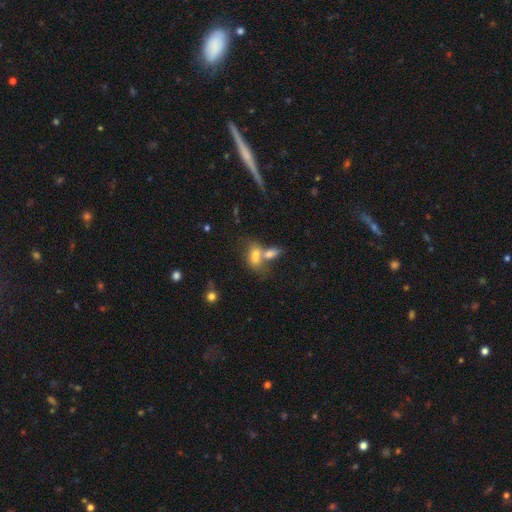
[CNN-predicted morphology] A smooth galaxy with no disk features (73%) that is in between round and cigar-shaped (85%).

Vote fractions:
- Smooth or featured? smooth: 73% / featured or disk: 16% / star or artifact: 10%
- How rounded? in between: 85% / round: 8% / cigar-shaped: 6%
- Merging? merger: 56% / none: 28% / minor disturbance: 10% / major disturbance: 6%